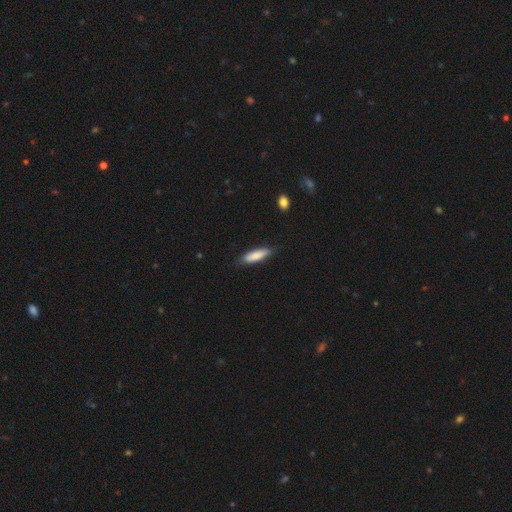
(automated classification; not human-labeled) Smooth or featured: smooth — 83% (featured or disk — 11%)
How rounded: cigar-shaped — 65% (in between — 33%)
Merging: none — 82% (minor disturbance — 14%)